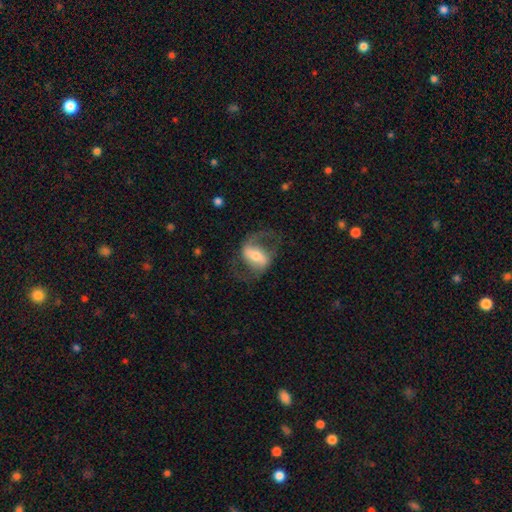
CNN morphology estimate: Q: Smooth or featured?
A: featured or disk (76%); runner-up: smooth (18%)
Q: Edge-on disk?
A: no (94%); runner-up: yes (6%)
Q: Bar?
A: strong (55%); runner-up: weak (31%)
Q: Spiral arms?
A: yes (85%); runner-up: no (15%)
Q: Spiral winding?
A: medium (48%); runner-up: loose (40%)
Q: Spiral arm count?
A: 2 (90%); runner-up: can't tell (4%)
Q: Bulge size?
A: moderate (55%); runner-up: small (29%)
Q: Merging?
A: none (68%); runner-up: major disturbance (16%)